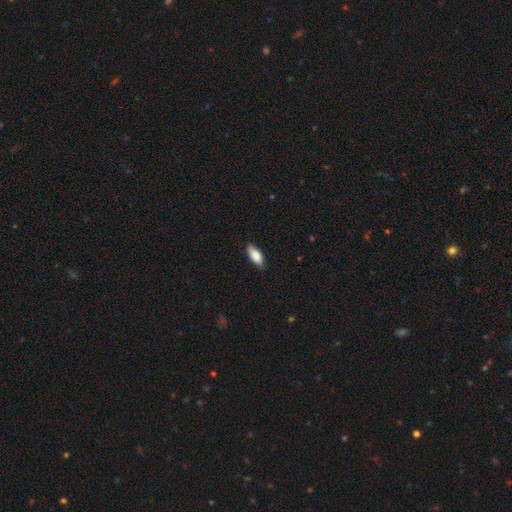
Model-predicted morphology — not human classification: Smooth or featured? smooth (87%)
How rounded? in between (83%)
Merging? none (85%)